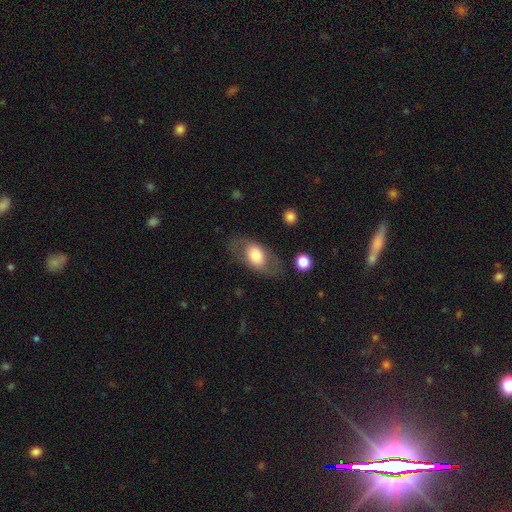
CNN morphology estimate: This appears to be a smooth galaxy with no disk features (64%) that is in between round and cigar-shaped (86%). Merging: none (72%).